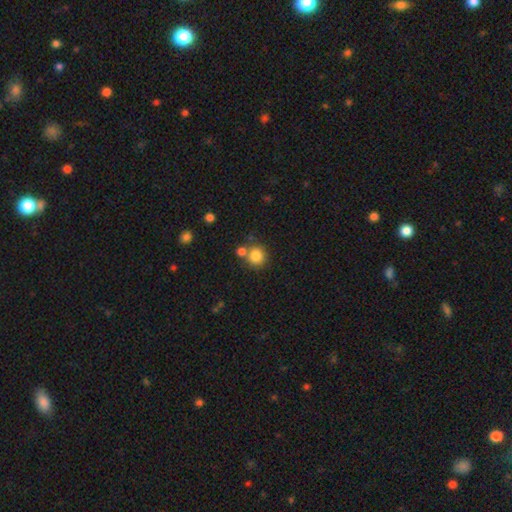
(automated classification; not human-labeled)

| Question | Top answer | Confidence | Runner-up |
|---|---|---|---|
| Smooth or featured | smooth | 82% | star or artifact (11%) |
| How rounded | round | 91% | in between (8%) |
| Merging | none | 66% | merger (22%) |